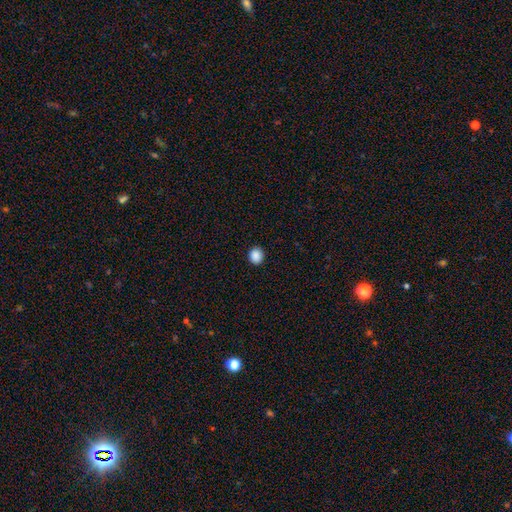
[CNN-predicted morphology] This is clearly a smooth galaxy (88%). How rounded: clearly round (86%). Merging: clearly none (92%).